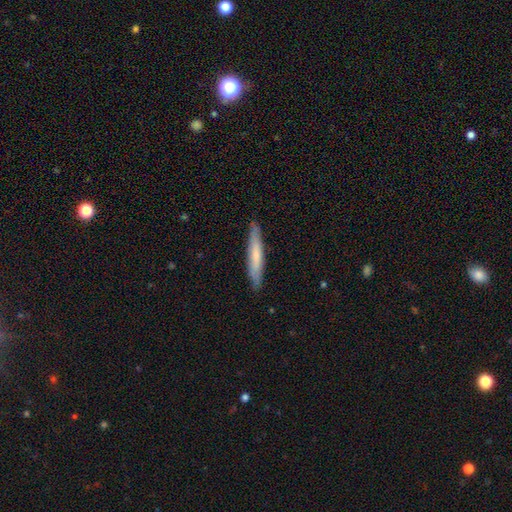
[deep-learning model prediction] Smooth or featured: smooth — 63% (featured or disk — 32%)
How rounded: cigar-shaped — 94% (in between — 5%)
Merging: none — 88% (minor disturbance — 10%)